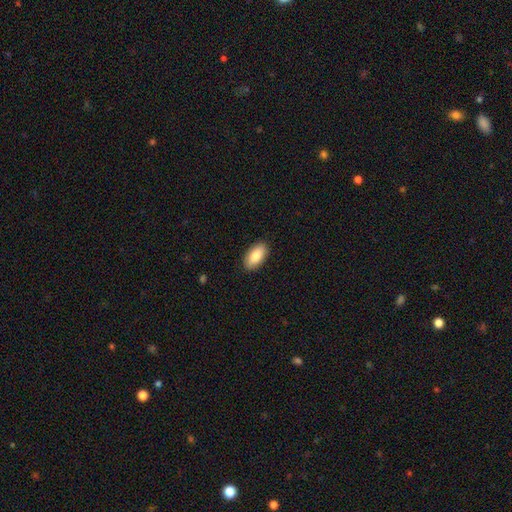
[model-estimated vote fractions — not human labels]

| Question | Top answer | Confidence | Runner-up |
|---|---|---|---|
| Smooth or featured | smooth | 85% | featured or disk (9%) |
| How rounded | in between | 92% | cigar-shaped (6%) |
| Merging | none | 89% | minor disturbance (8%) |